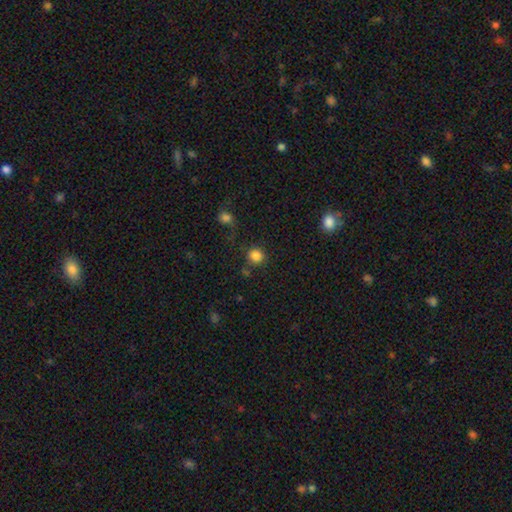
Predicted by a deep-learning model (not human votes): This appears to be a smooth galaxy with no disk features (85%) that is round (89%). Merging: none (79%).